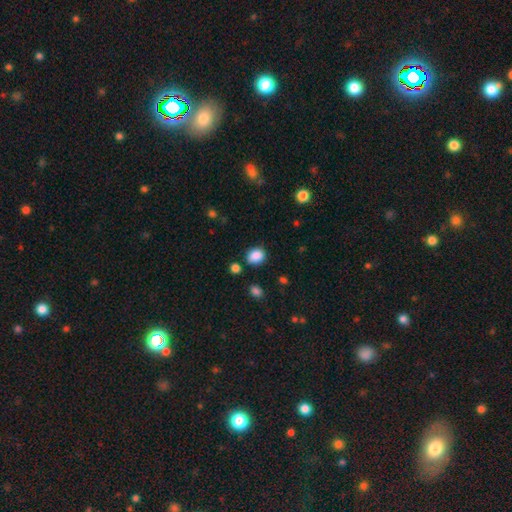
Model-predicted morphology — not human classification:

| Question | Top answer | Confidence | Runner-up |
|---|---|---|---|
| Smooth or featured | smooth | 87% | star or artifact (9%) |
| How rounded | round | 51% | in between (48%) |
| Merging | none | 77% | minor disturbance (15%) |